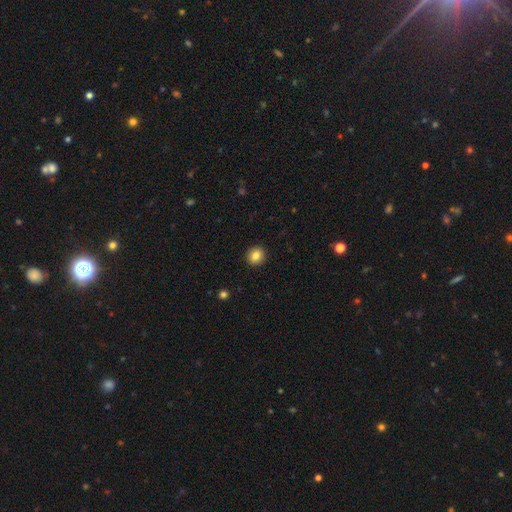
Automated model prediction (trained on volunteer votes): Smooth or featured?
  - smooth: 85% *
  - star or artifact: 9%
  - featured or disk: 6%
How rounded?
  - round: 88% *
  - in between: 11%
  - cigar-shaped: 1%
Merging?
  - none: 93% *
  - minor disturbance: 5%
  - major disturbance: 2%
  - merger: 1%